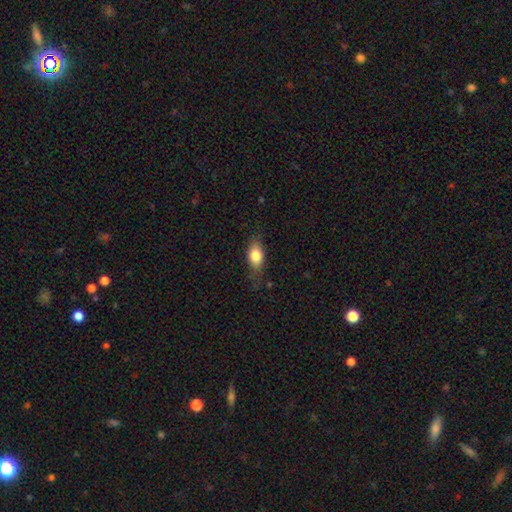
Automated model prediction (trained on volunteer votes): Smooth or featured? Predicted: smooth (p=0.79). How rounded? Predicted: in between (p=0.81). Merging? Predicted: none (p=0.71).